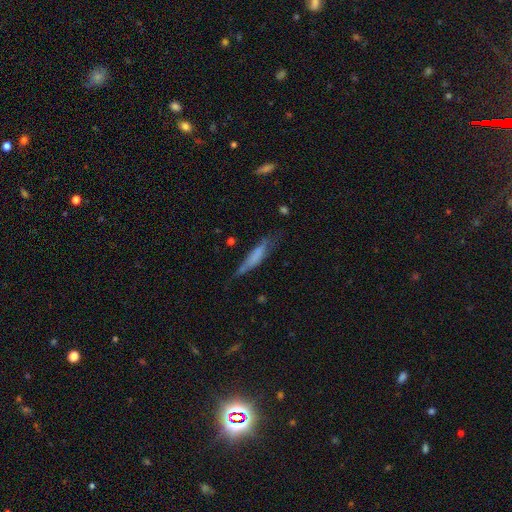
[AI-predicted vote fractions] The model was most divided on "merging": none: 49%, minor disturbance: 31%, major disturbance: 17%, merger: 3%. More confident: how rounded — cigar-shaped (79%); smooth or featured — smooth (55%).